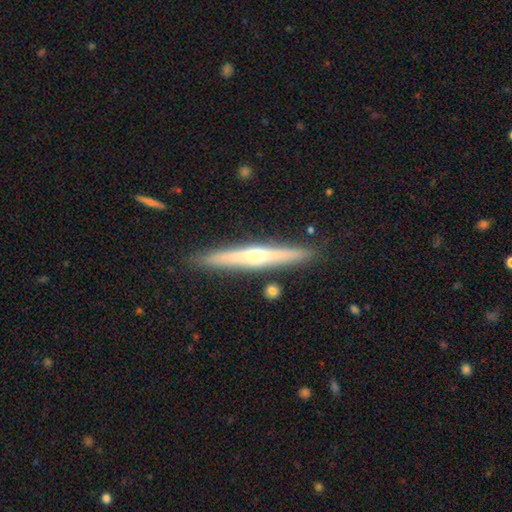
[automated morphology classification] Smooth or featured: featured or disk — 65% (smooth — 29%)
Edge-on disk: yes — 97% (no — 3%)
Edge-on bulge: rounded — 81% (none — 15%)
Merging: none — 89% (minor disturbance — 7%)